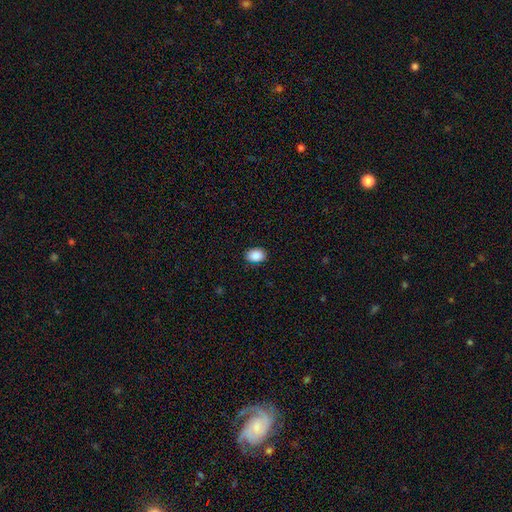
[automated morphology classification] Smooth or featured? Predicted: smooth (p=0.88). How rounded? Predicted: in between (p=0.70). Merging? Predicted: none (p=0.87).